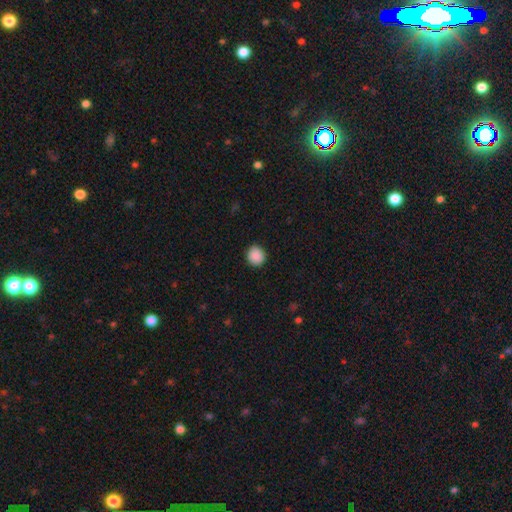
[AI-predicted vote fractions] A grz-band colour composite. It shows a smooth galaxy with no disk features (89%) that is round (88%). Merging: none (89%).